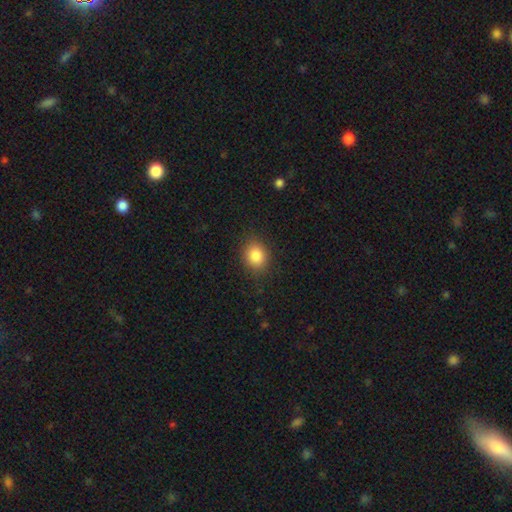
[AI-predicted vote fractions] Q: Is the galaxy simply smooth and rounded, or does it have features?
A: smooth — 85%.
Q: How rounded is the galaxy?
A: round — 58%.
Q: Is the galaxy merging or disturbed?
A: none — 86%.